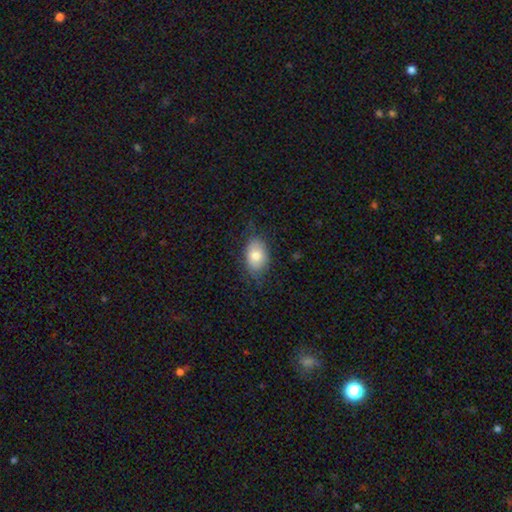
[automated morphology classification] Smooth or featured? Predicted: smooth (p=0.75). How rounded? Predicted: in between (p=0.85). Merging? Predicted: none (p=0.75).